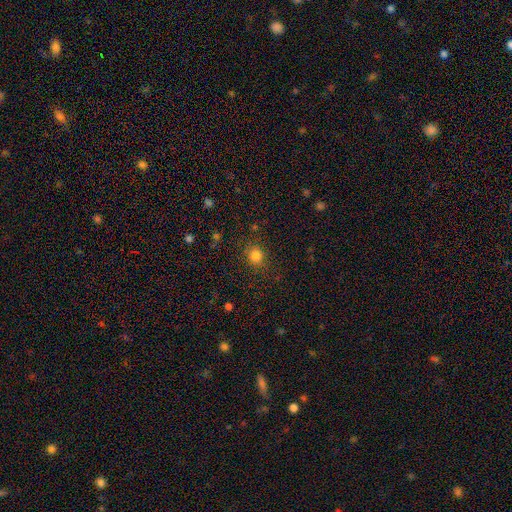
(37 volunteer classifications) This is clearly a smooth galaxy (95%). How rounded: likely round (74%). Merging: clearly none (86%).